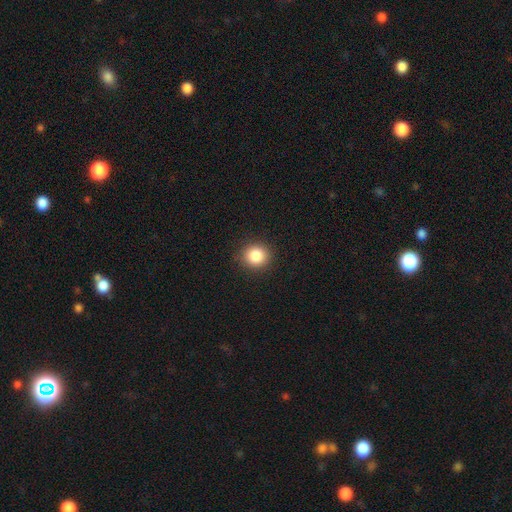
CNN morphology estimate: A smooth galaxy with no disk features (86%) that is round (89%). Merging: none (91%).